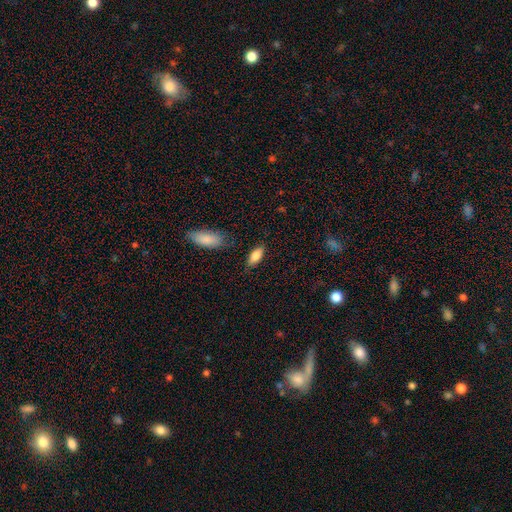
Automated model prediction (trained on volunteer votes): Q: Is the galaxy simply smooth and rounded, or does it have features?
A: smooth — 84%.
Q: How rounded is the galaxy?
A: in between — 84%.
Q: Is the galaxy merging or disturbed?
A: none — 83%.